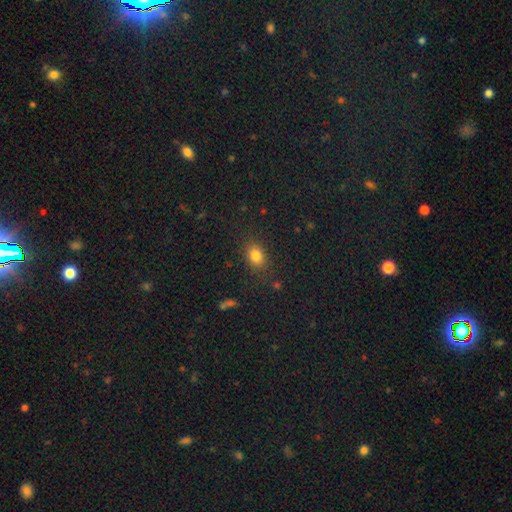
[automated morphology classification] A smooth galaxy with no disk features (81%) that is in between round and cigar-shaped (66%).

Vote fractions:
- Smooth or featured? smooth: 81% / star or artifact: 12% / featured or disk: 7%
- How rounded? in between: 66% / round: 33% / cigar-shaped: 2%
- Merging? none: 83% / minor disturbance: 12% / major disturbance: 4% / merger: 2%